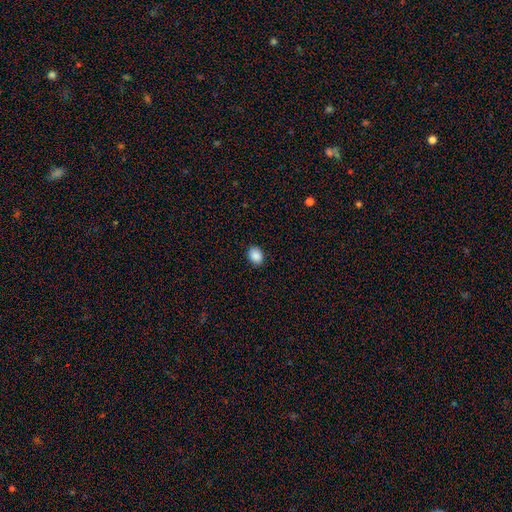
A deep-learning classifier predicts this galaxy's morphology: A smooth galaxy with no disk features (89%) that is in between round and cigar-shaped (68%).

Vote fractions:
- Smooth or featured? smooth: 89% / star or artifact: 8% / featured or disk: 3%
- How rounded? in between: 68% / round: 31% / cigar-shaped: 1%
- Merging? none: 89% / minor disturbance: 8% / major disturbance: 2% / merger: 1%